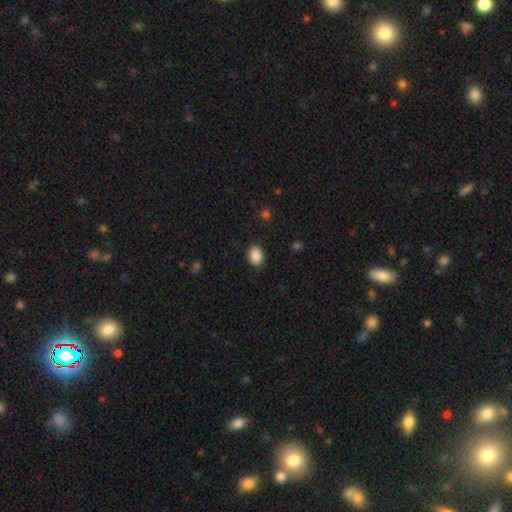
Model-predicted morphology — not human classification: The model was most divided on "how rounded": in between: 72%, round: 27%, cigar-shaped: 1%. More confident: smooth or featured — smooth (89%); merging — none (84%).